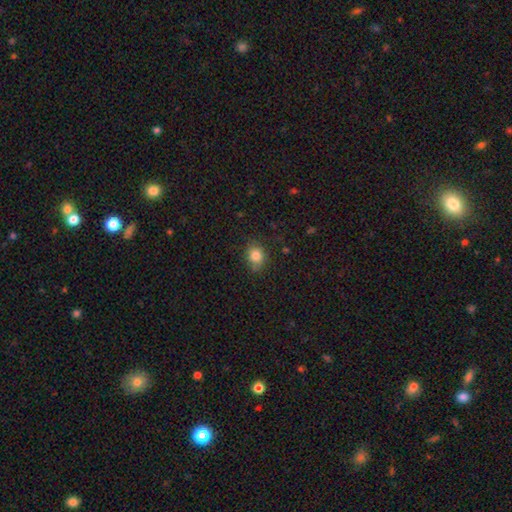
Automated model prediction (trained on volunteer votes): The model was most divided on "how rounded": round: 60%, in between: 39%, cigar-shaped: 1%. More confident: smooth or featured — smooth (83%); merging — none (77%).